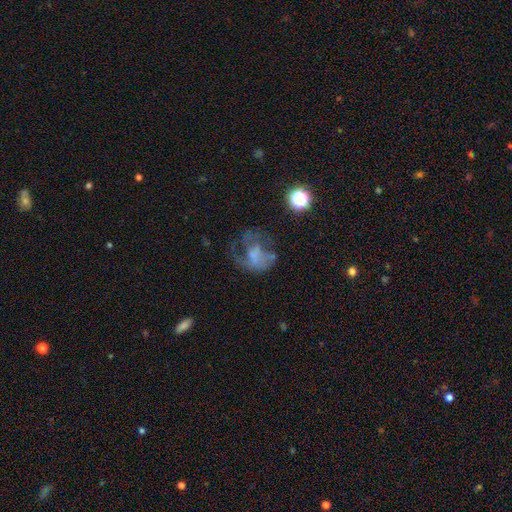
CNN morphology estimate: Smooth or featured? featured or disk (51%)
Edge-on disk? no (98%)
Merging? major disturbance (43%)